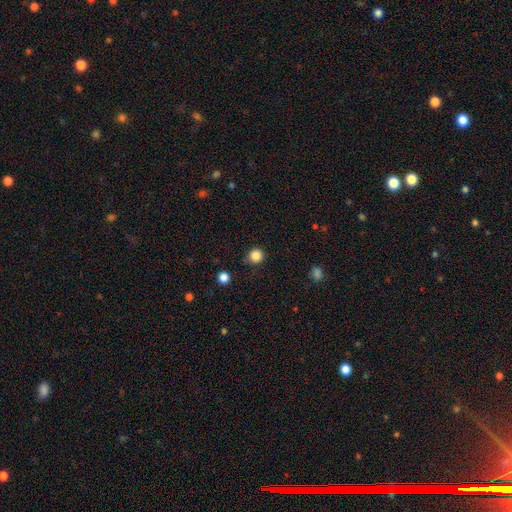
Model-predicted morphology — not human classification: The model was most divided on "smooth or featured": smooth: 85%, star or artifact: 12%, featured or disk: 3%. More confident: how rounded — round (94%); merging — none (86%).